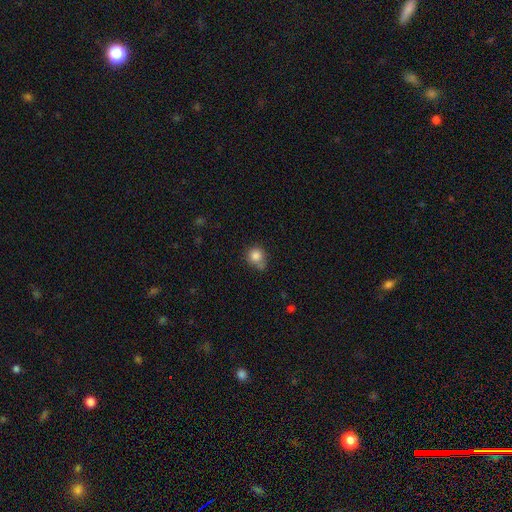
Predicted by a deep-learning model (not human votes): smooth 83%, star or artifact 10%, featured or disk 7%. Down the decision tree: how rounded — round (83%); merging — none (53%).